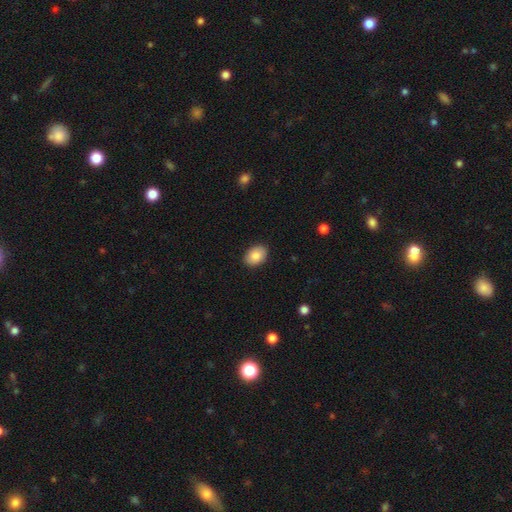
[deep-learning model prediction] Smooth or featured: smooth — 86% (featured or disk — 7%)
How rounded: in between — 82% (round — 17%)
Merging: none — 89% (minor disturbance — 9%)